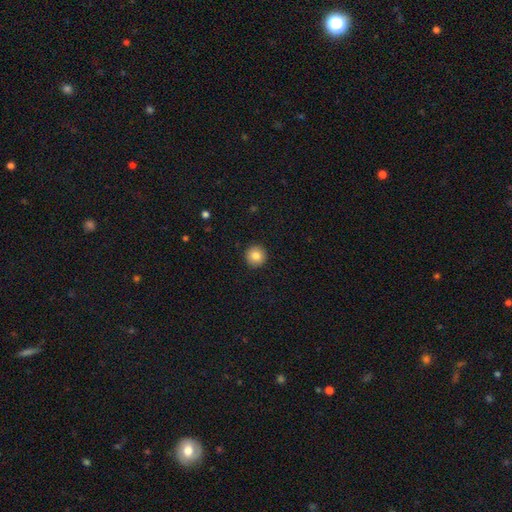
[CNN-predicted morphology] Smooth or featured?
  - smooth: 84% *
  - star or artifact: 9%
  - featured or disk: 7%
How rounded?
  - round: 96% *
  - in between: 3%
  - cigar-shaped: 1%
Merging?
  - none: 93% *
  - minor disturbance: 4%
  - major disturbance: 2%
  - merger: 1%